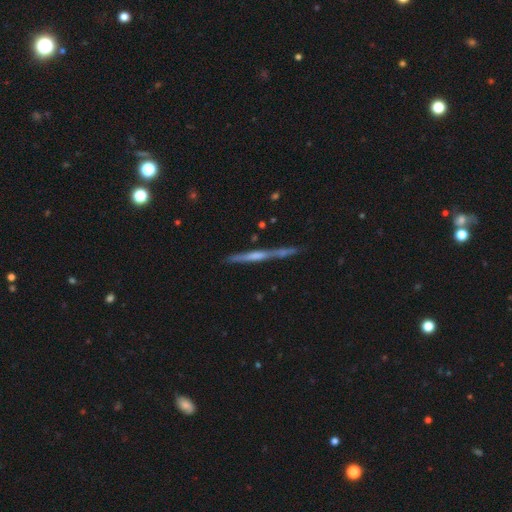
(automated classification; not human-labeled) Morphology: type=featured or disk (73%); edge-on=yes (96%); edge-on bulge=rounded (65%); merging=none (85%).